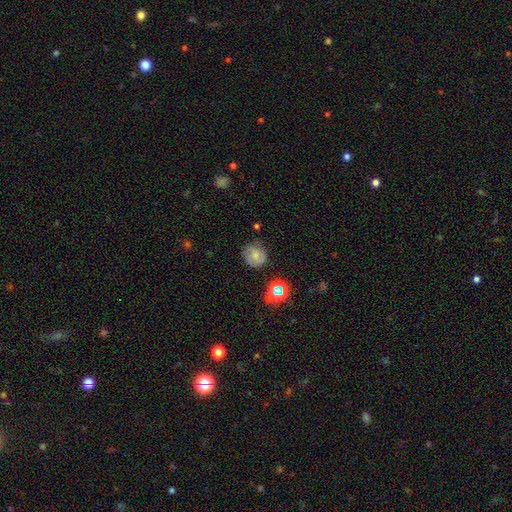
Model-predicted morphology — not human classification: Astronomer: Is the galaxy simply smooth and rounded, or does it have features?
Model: smooth — 60%.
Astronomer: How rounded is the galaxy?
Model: round — 86%.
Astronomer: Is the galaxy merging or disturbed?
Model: none — 72%.